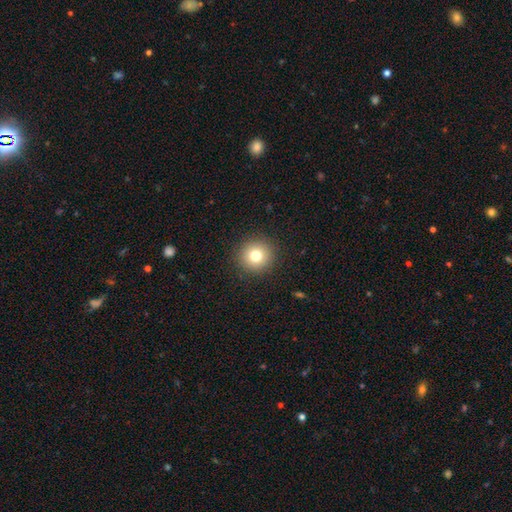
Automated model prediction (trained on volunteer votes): This appears to be a smooth galaxy with no disk features (78%) that is round (94%). Merging: none (92%).